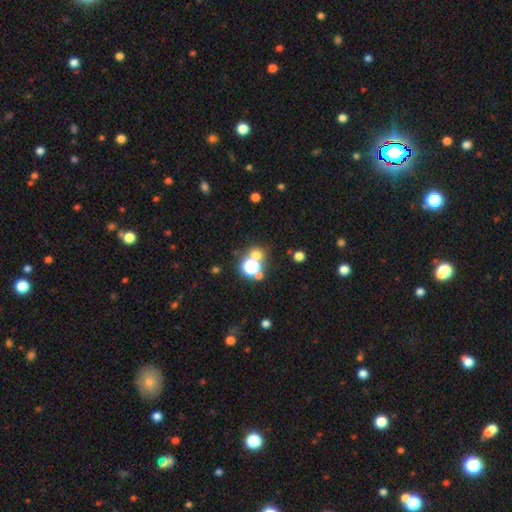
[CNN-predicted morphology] The model was most divided on "smooth or featured": smooth: 51%, star or artifact: 40%, featured or disk: 9%. More confident: how rounded — round (83%); merging — none (64%).